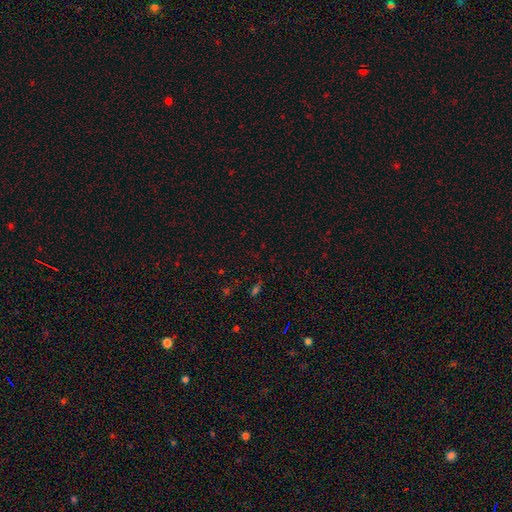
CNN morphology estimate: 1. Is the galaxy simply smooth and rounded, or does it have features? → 61% star or artifact, 30% smooth, 9% featured or disk.